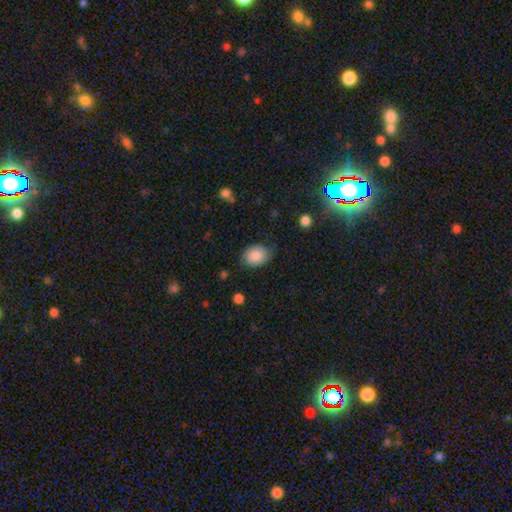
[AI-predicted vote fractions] Smooth or featured? Predicted: smooth (p=0.84). How rounded? Predicted: in between (p=0.64). Merging? Predicted: none (p=0.67).